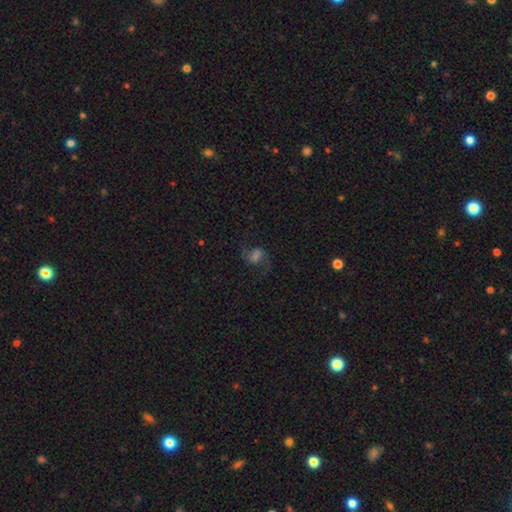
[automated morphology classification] This is likely a featured or disk galaxy (66%). It is clearly not viewed edge-on (98%). Bar: possibly weak (47%). Spiral arm pattern: clearly yes (93%). Spiral arm count: clearly 2 (92%). Spiral winding: likely loose (63%). Central bulge: marginally moderate (28%). Merging: likely none (69%).